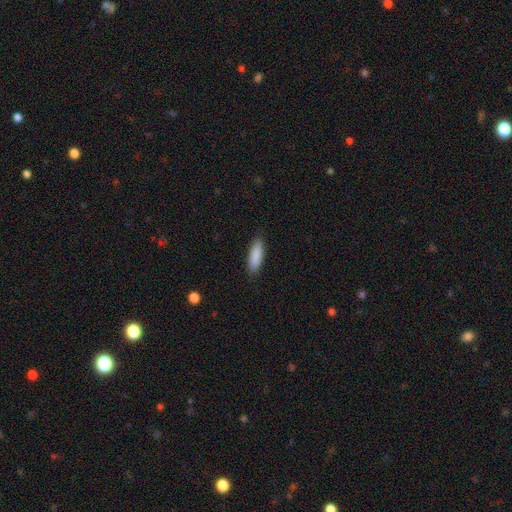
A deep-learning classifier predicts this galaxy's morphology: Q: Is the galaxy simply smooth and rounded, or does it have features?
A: smooth — 89%.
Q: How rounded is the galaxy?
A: in between — 53%.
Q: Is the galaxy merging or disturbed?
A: none — 88%.